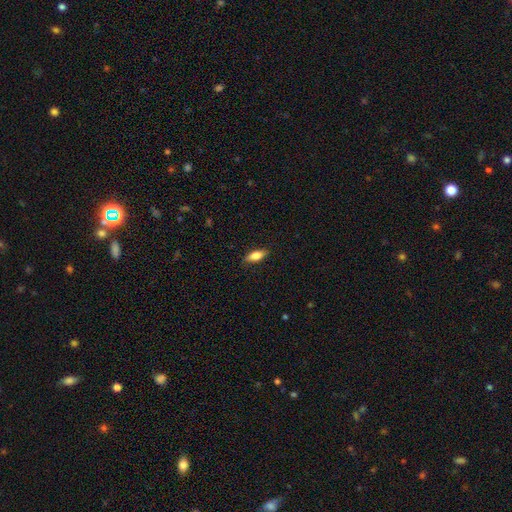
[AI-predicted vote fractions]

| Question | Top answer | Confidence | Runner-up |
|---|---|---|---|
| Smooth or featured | smooth | 78% | featured or disk (15%) |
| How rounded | in between | 78% | cigar-shaped (19%) |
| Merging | none | 86% | minor disturbance (11%) |